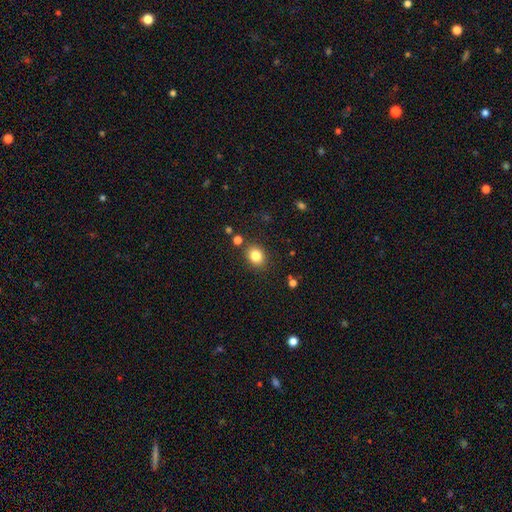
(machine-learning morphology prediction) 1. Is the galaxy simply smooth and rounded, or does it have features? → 83% smooth, 11% star or artifact, 7% featured or disk.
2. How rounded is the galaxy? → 51% round, 48% in between, 1% cigar-shaped.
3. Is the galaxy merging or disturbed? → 83% none, 10% minor disturbance, 4% merger, 3% major disturbance.